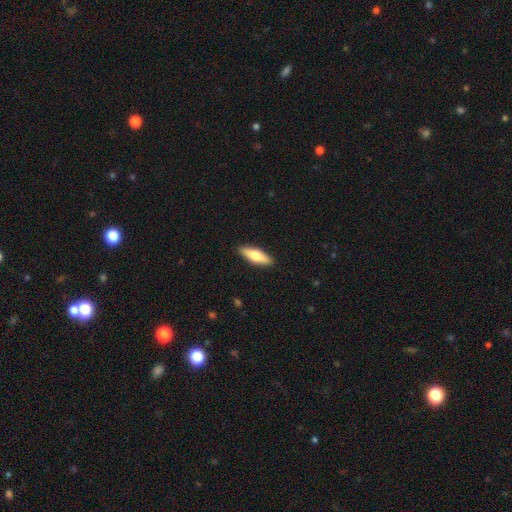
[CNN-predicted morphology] Q: Smooth or featured?
A: smooth (62%); runner-up: featured or disk (33%)
Q: How rounded?
A: in between (49%); runner-up: cigar-shaped (48%)
Q: Merging?
A: none (90%); runner-up: minor disturbance (7%)